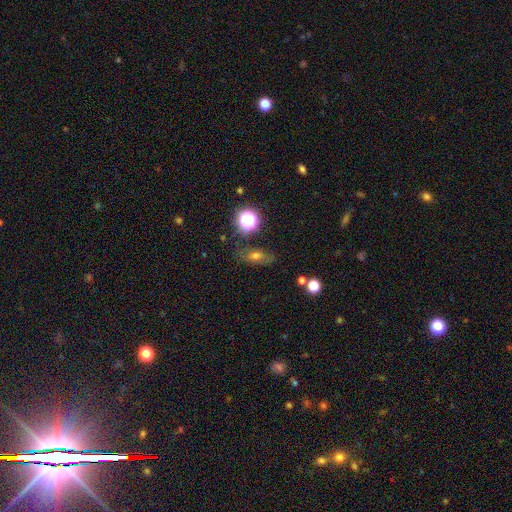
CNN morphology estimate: This appears to be a smooth galaxy with no disk features (49%). Merging: none (75%).